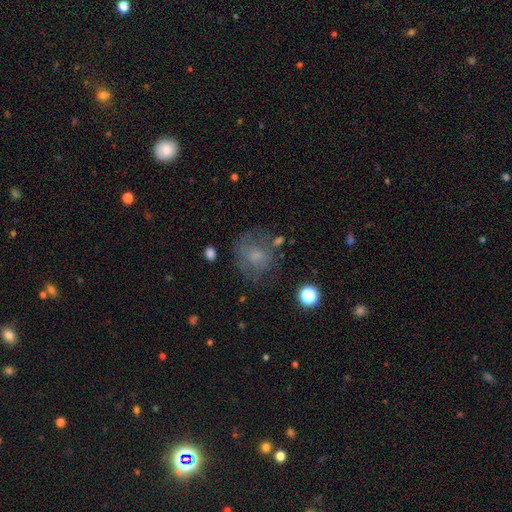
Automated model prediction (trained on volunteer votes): Smooth or featured?
  - smooth: 55% *
  - featured or disk: 31%
  - star or artifact: 14%
How rounded?
  - round: 73% *
  - in between: 26%
  - cigar-shaped: 1%
Merging?
  - none: 58% *
  - minor disturbance: 21%
  - major disturbance: 17%
  - merger: 3%